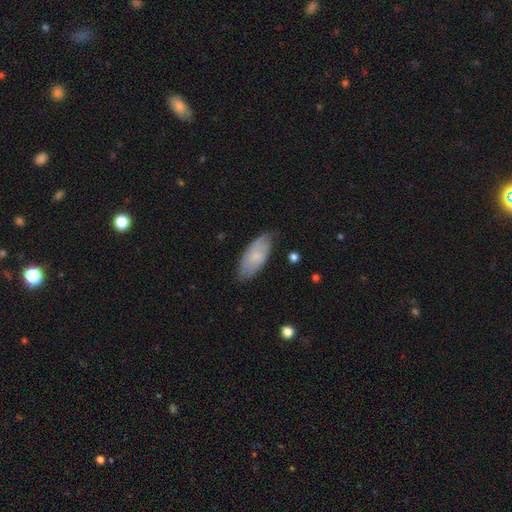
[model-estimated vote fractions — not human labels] Smooth or featured: smooth — 67% (featured or disk — 26%)
How rounded: in between — 87% (cigar-shaped — 11%)
Merging: none — 73% (minor disturbance — 22%)